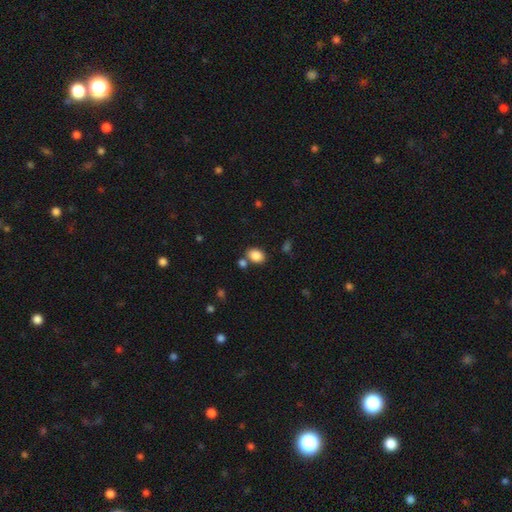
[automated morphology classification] smooth_or_featured: smooth (p=0.86) [alt: star or artifact p=0.09]
how_rounded: in between (p=0.73) [alt: round p=0.26]
merging: none (p=0.68) [alt: merger p=0.16]